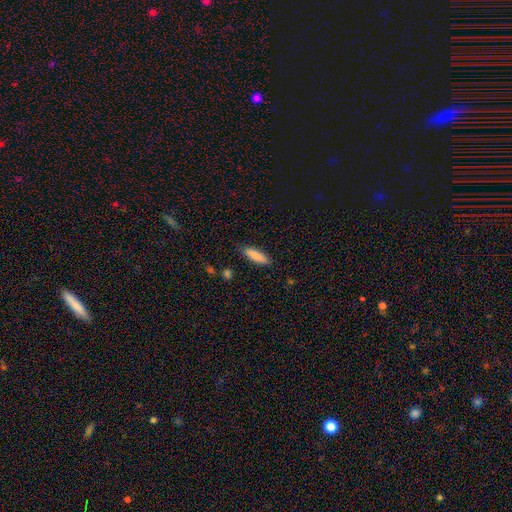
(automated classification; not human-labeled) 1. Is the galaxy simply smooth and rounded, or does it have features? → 85% smooth, 9% featured or disk, 6% star or artifact.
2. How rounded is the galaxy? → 63% cigar-shaped, 35% in between, 2% round.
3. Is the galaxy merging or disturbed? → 83% none, 13% minor disturbance, 2% major disturbance, 2% merger.